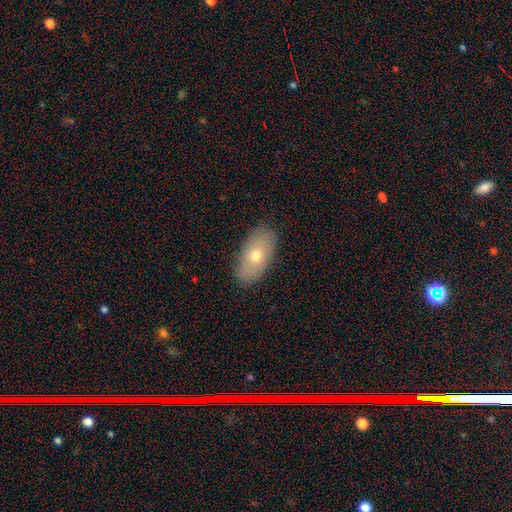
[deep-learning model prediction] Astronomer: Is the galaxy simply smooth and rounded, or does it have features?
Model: smooth — 64%.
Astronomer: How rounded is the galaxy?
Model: in between — 91%.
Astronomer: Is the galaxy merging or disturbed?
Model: none — 86%.